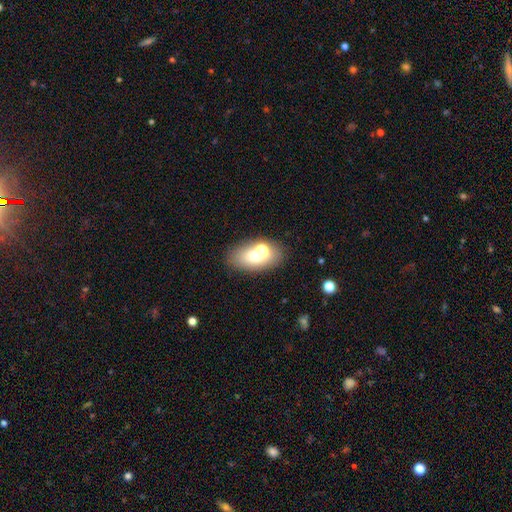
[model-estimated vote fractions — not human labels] This is likely a smooth galaxy (62%). How rounded: clearly in between (84%). Merging: possibly none (58%).